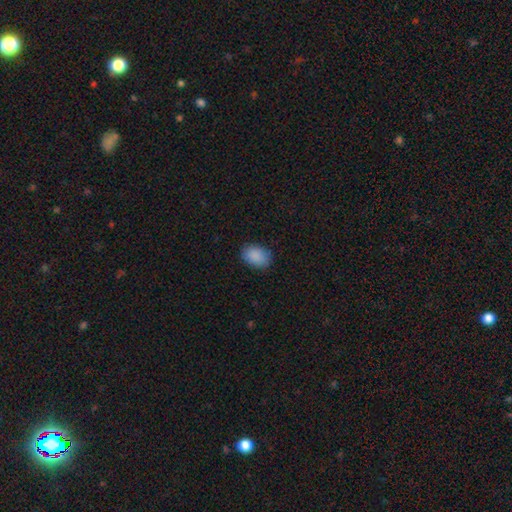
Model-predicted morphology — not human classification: Smooth or featured? Predicted: smooth (p=0.90). How rounded? Predicted: in between (p=0.80). Merging? Predicted: none (p=0.85).